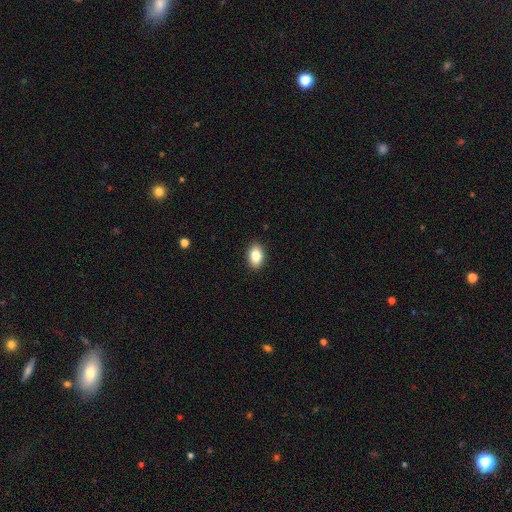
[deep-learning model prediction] Smooth or featured?
  - smooth: 85% *
  - star or artifact: 8%
  - featured or disk: 7%
How rounded?
  - in between: 86% *
  - round: 13%
  - cigar-shaped: 2%
Merging?
  - none: 90% *
  - minor disturbance: 7%
  - major disturbance: 2%
  - merger: 1%